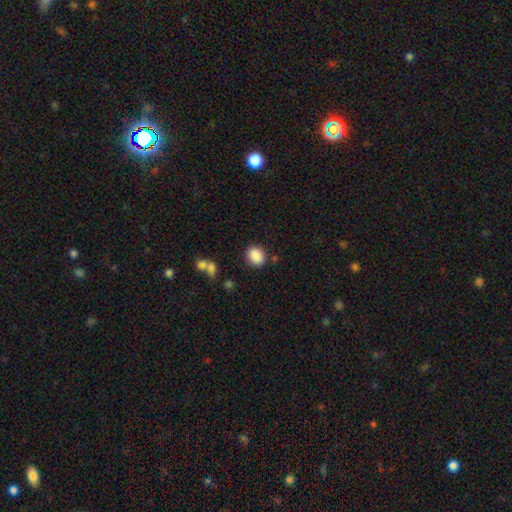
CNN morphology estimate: This appears to be a smooth galaxy with no disk features (88%) that is in between round and cigar-shaped (55%). Merging: none (82%).